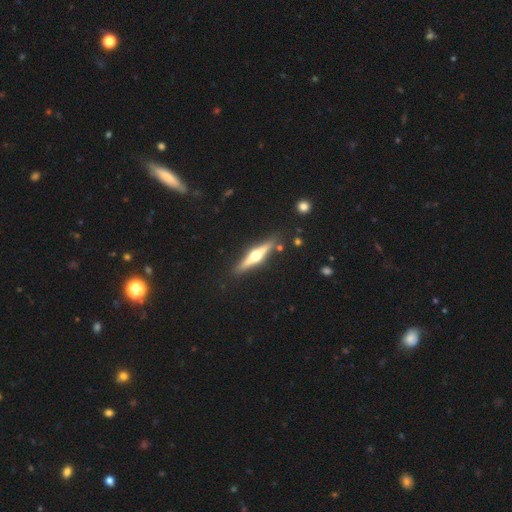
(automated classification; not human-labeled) A featured or disk galaxy (75%) viewed edge-on (97%) with a rounded central bulge (96%).

Vote fractions:
- Smooth or featured? featured or disk: 75% / smooth: 20% / star or artifact: 5%
- Edge-on disk? yes: 97% / no: 3%
- Edge-on bulge? rounded: 96% / boxy: 3% / none: 2%
- Merging? none: 88% / minor disturbance: 8% / merger: 3% / major disturbance: 2%